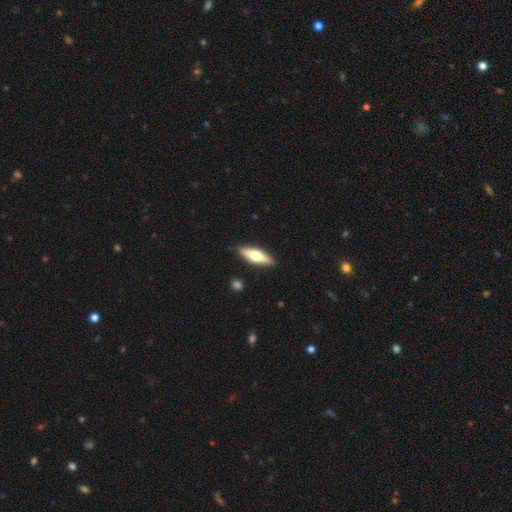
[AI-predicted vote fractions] Smooth or featured: smooth — 51% (featured or disk — 43%)
How rounded: cigar-shaped — 56% (in between — 41%)
Merging: none — 90% (minor disturbance — 7%)